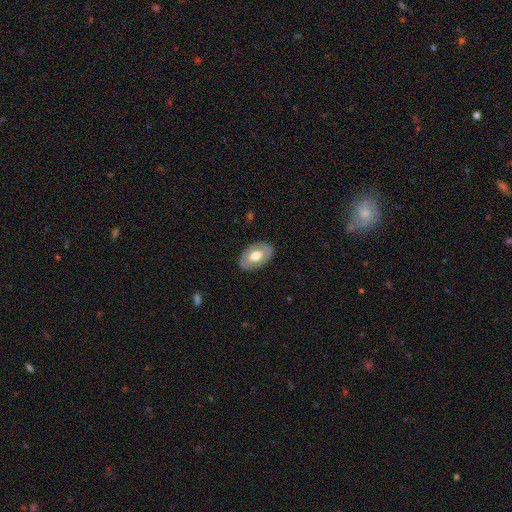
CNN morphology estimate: The model was most divided on "smooth or featured": featured or disk: 51%, smooth: 44%, star or artifact: 5%. More confident: edge-on disk — no (89%); merging — none (83%).